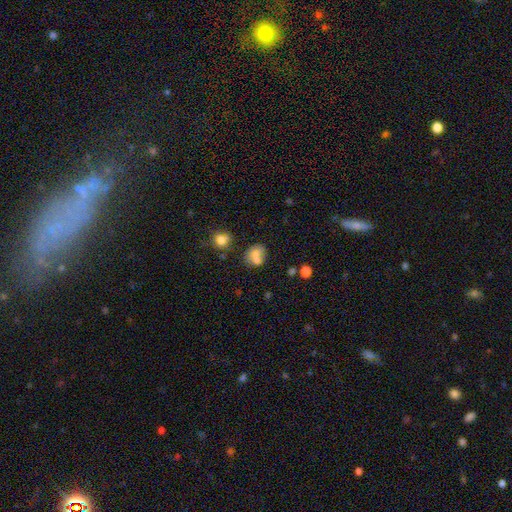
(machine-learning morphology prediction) type=smooth (69%); roundness=round (60%); merging=merger (43%).